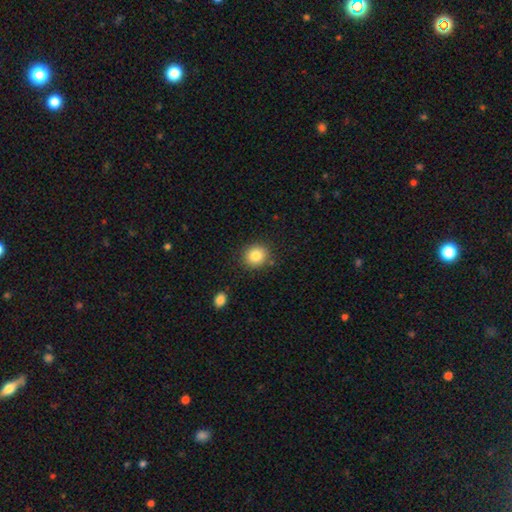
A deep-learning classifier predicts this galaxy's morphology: Overall: smooth (84%). How rounded: round (82%). Merging: none (87%).